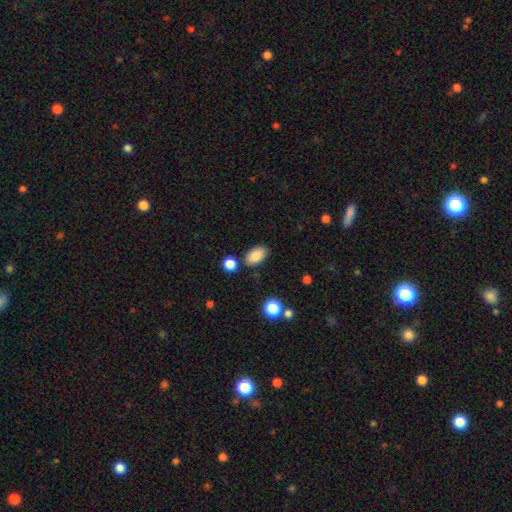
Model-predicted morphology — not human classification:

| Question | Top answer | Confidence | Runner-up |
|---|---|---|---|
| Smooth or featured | smooth | 86% | star or artifact (8%) |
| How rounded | in between | 92% | round (6%) |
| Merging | none | 81% | minor disturbance (11%) |